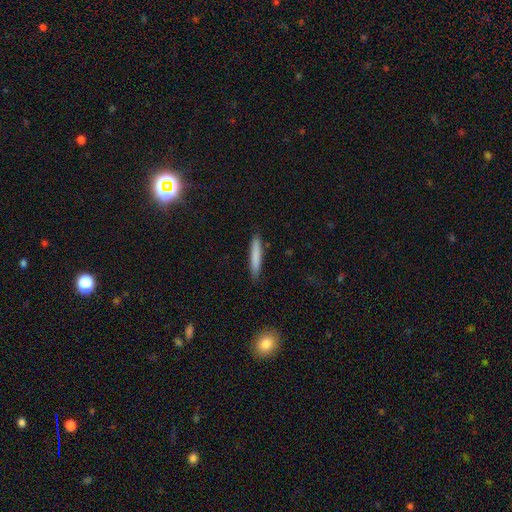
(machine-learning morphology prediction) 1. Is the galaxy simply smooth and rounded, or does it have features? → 80% smooth, 14% featured or disk, 6% star or artifact.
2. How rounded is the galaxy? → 94% cigar-shaped, 5% in between, 1% round.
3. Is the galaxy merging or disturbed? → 88% none, 9% minor disturbance, 2% major disturbance, 1% merger.